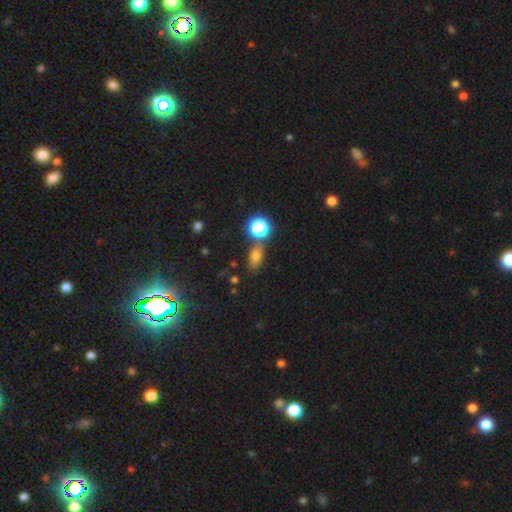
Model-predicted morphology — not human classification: smooth_or_featured: smooth (p=0.67) [alt: star or artifact p=0.24]
how_rounded: in between (p=0.72) [alt: round p=0.21]
merging: none (p=0.71) [alt: minor disturbance p=0.14]